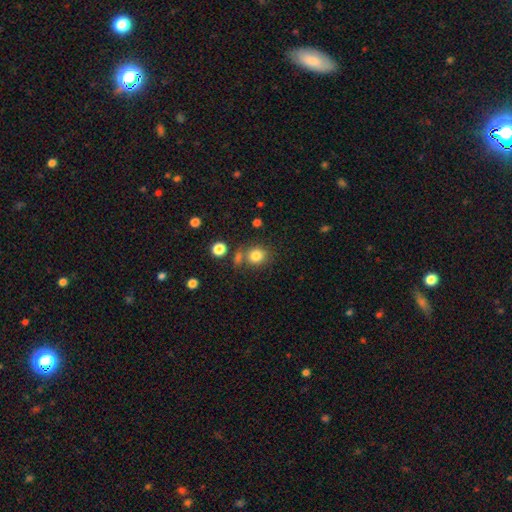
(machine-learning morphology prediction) Smooth or featured? Predicted: smooth (p=0.81). How rounded? Predicted: round (p=0.81). Merging? Predicted: none (p=0.68).